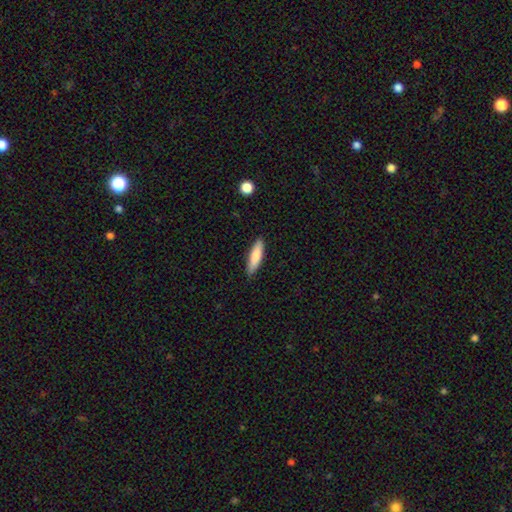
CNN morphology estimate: type=smooth (78%); roundness=cigar-shaped (68%); merging=none (87%).